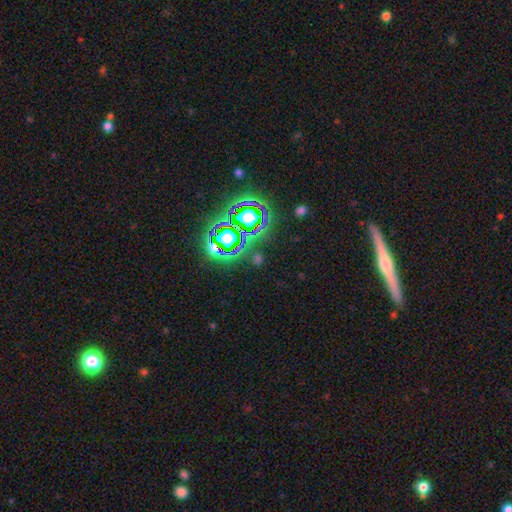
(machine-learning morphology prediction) Smooth or featured?
  - star or artifact: 74% *
  - smooth: 16%
  - featured or disk: 11%